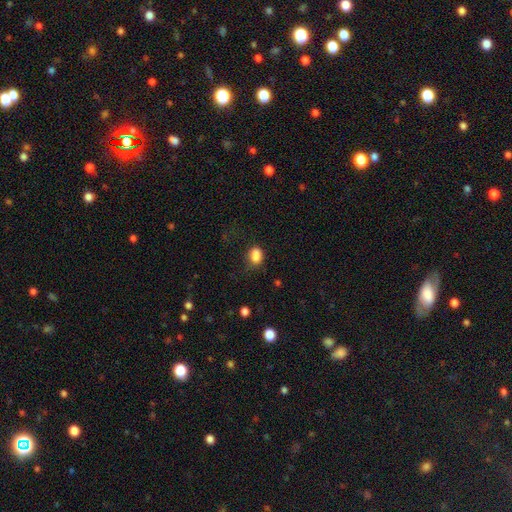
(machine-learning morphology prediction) The model was most divided on "merging": none: 63%, minor disturbance: 25%, major disturbance: 9%, merger: 3%. More confident: smooth or featured — smooth (85%); how rounded — in between (74%).